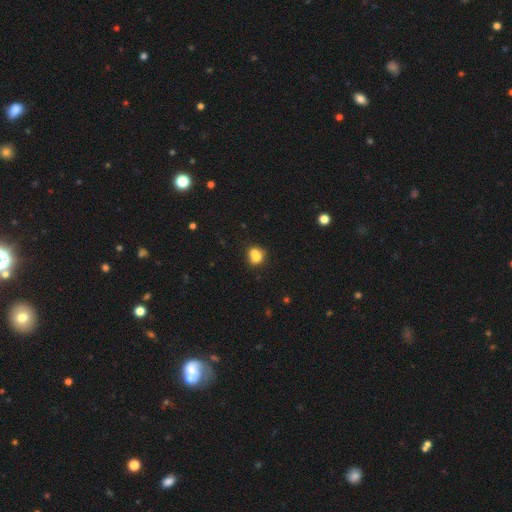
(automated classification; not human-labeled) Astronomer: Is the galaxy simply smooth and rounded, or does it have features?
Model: smooth — 71%.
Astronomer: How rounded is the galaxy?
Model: round — 69%.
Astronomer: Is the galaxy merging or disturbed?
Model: merger — 53% (runner-up: none, 34%).